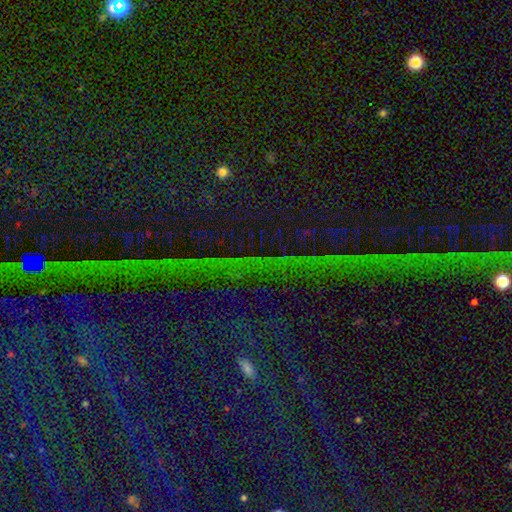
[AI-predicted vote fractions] smooth_or_featured: star or artifact (p=0.84) [alt: smooth p=0.08]